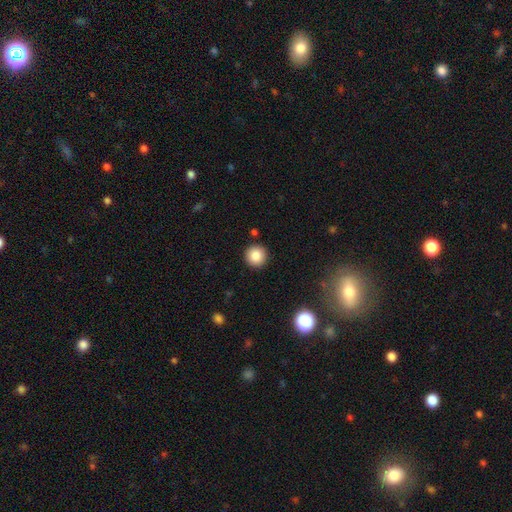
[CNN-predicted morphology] A smooth galaxy with no disk features (85%) that is round (95%).

Vote fractions:
- Smooth or featured? smooth: 85% / star or artifact: 9% / featured or disk: 5%
- How rounded? round: 95% / in between: 4% / cigar-shaped: 1%
- Merging? none: 91% / minor disturbance: 5% / major disturbance: 2% / merger: 2%